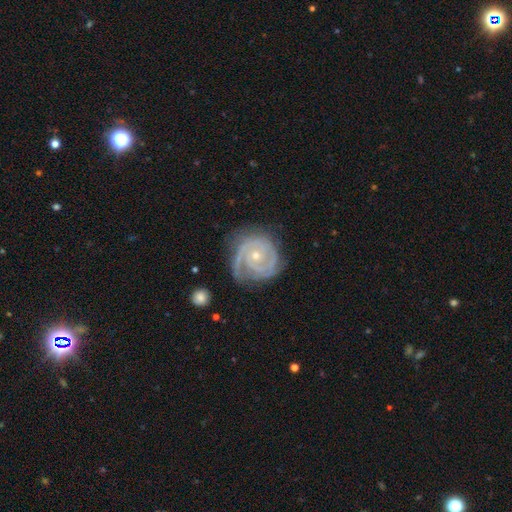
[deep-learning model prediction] A featured or disk galaxy (90%) with no bar (77%), 2 (45%) tight (75%) spiral arms (97%) and a small central bulge (64%).

Vote fractions:
- Smooth or featured? featured or disk: 90% / smooth: 6% / star or artifact: 5%
- Edge-on disk? no: 98% / yes: 2%
- Bar? no: 77% / weak: 18% / strong: 5%
- Spiral arms? yes: 97% / no: 3%
- Spiral winding? tight: 75% / medium: 21% / loose: 4%
- Spiral arm count? 2: 45% / 3: 26% / can't tell: 14% / 1: 6% / 4: 5% / more than 4: 4%
- Bulge size? small: 64% / moderate: 33% / large: 1% / none: 1% / dominant: 1%
- Merging? none: 70% / minor disturbance: 21% / major disturbance: 8% / merger: 2%